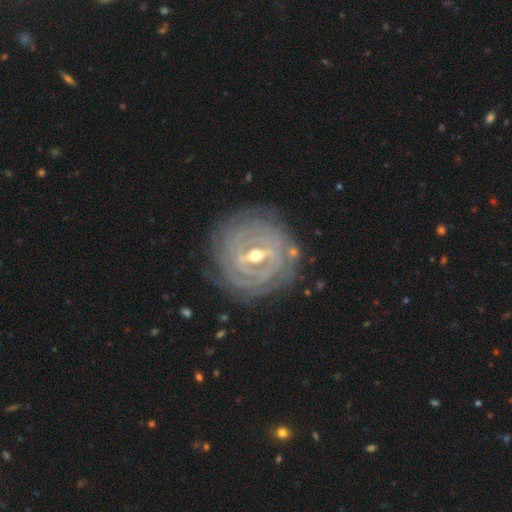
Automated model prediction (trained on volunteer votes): Smooth or featured: featured or disk — 91% (smooth — 5%)
Edge-on disk: no — 94% (yes — 6%)
Bar: strong — 61% (weak — 31%)
Spiral arms: yes — 95% (no — 5%)
Spiral winding: tight — 88% (medium — 10%)
Spiral arm count: can't tell — 31% (4 — 21%)
Bulge size: moderate — 62% (small — 33%)
Merging: none — 83% (minor disturbance — 12%)